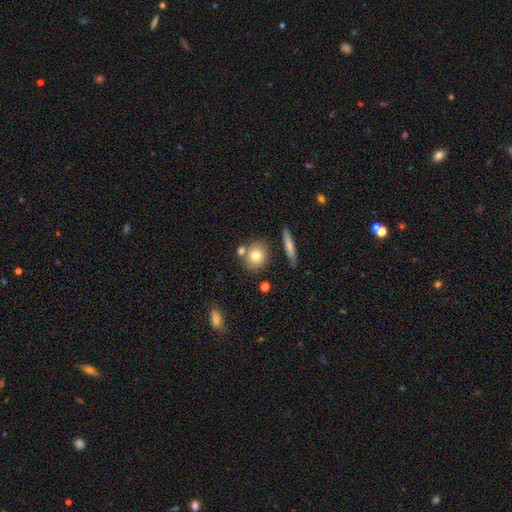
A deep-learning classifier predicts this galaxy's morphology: Smooth or featured? smooth (75%)
How rounded? round (70%)
Merging? none (71%)